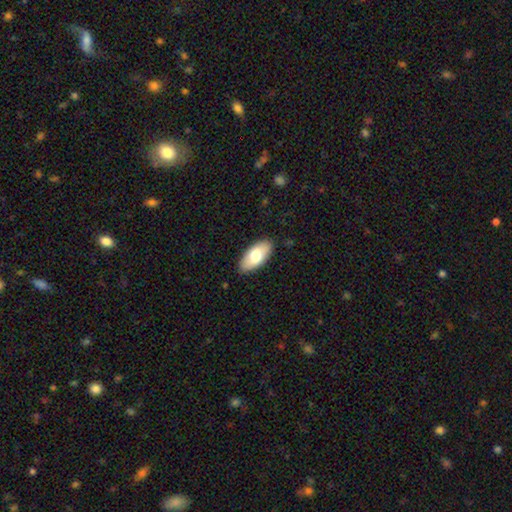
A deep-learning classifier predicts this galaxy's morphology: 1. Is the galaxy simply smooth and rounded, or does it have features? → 73% smooth, 21% featured or disk, 5% star or artifact.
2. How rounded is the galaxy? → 92% in between, 6% cigar-shaped, 2% round.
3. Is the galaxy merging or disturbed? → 87% none, 10% minor disturbance, 2% major disturbance, 1% merger.